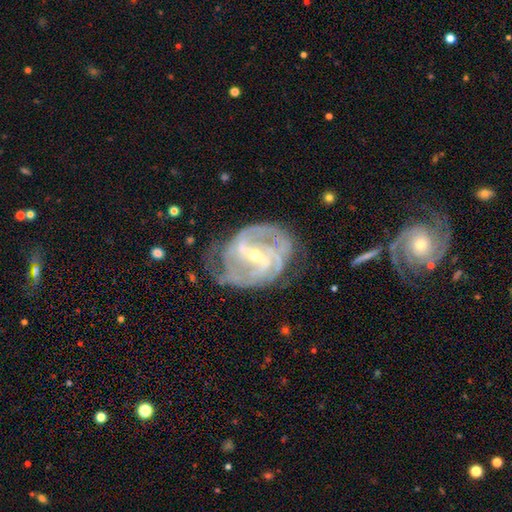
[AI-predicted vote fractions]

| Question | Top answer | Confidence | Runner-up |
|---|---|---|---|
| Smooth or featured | featured or disk | 91% | star or artifact (5%) |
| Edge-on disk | no | 97% | yes (3%) |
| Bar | strong | 53% | weak (36%) |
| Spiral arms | yes | 96% | no (4%) |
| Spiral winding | medium | 43% | tight (42%) |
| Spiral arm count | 2 | 47% | can't tell (19%) |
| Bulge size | small | 71% | moderate (25%) |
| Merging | none | 61% | minor disturbance (23%) |